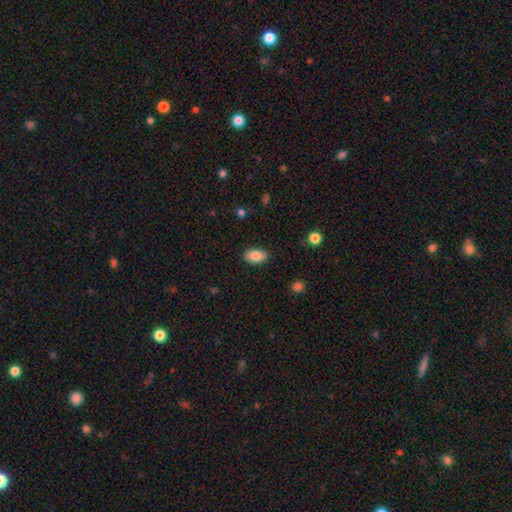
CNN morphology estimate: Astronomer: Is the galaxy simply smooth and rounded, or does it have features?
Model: smooth — 81%.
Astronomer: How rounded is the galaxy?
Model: in between — 91%.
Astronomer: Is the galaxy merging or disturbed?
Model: none — 87%.